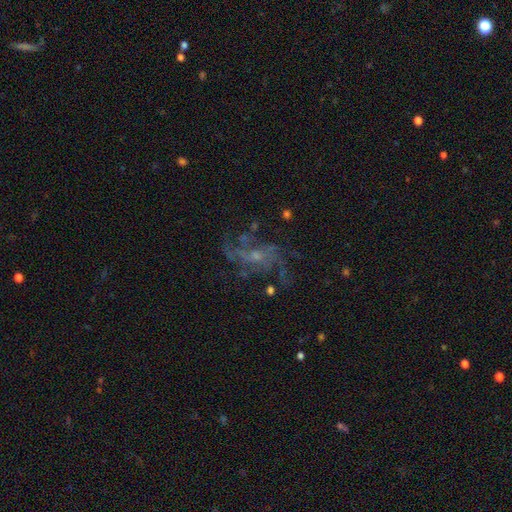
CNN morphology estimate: smooth-or-featured: featured or disk: 76% | star or artifact: 15% | smooth: 9%
  disk-edge-on: no: 96% | yes: 4%
    bar: no: 66% | weak: 28% | strong: 6%
    has-spiral-arms: yes: 86% | no: 14%
      spiral-winding: loose: 44% | medium: 40% | tight: 16%
      spiral-arm-count: can't tell: 27% | 3: 21% | 4: 19% | 2: 17% | more than 4: 9% | 1: 7%
    bulge-size: small: 61% | moderate: 27% | none: 9% | large: 2% | dominant: 1%
  merging: none: 61% | major disturbance: 19% | minor disturbance: 16% | merger: 3%